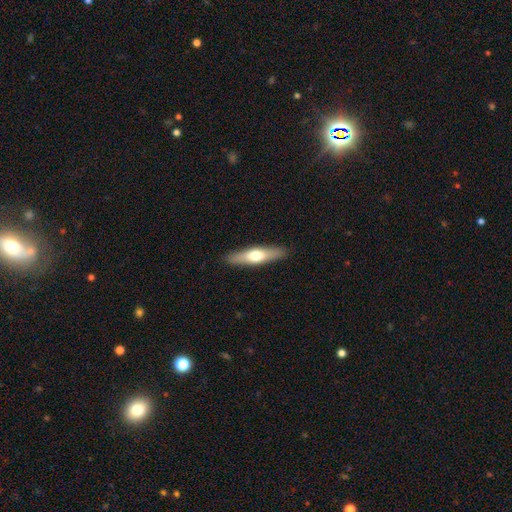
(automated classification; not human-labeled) smooth 52%, featured or disk 42%, star or artifact 5%. Down the decision tree: how rounded — cigar-shaped (74%); merging — none (90%).